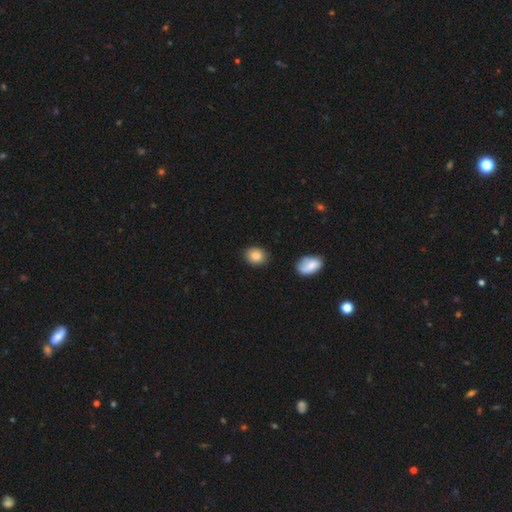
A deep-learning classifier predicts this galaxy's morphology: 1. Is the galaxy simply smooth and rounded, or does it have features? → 84% smooth, 9% star or artifact, 7% featured or disk.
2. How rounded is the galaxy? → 57% round, 42% in between, 1% cigar-shaped.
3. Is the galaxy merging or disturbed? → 87% none, 9% minor disturbance, 2% merger, 2% major disturbance.